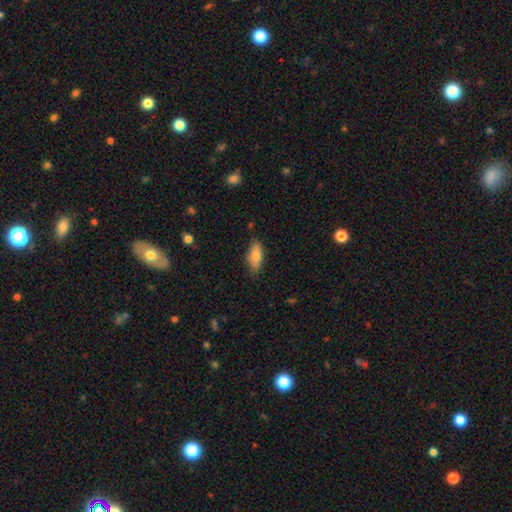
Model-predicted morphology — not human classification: smooth 80%, featured or disk 13%, star or artifact 7%. Down the decision tree: how rounded — in between (76%); merging — none (79%).